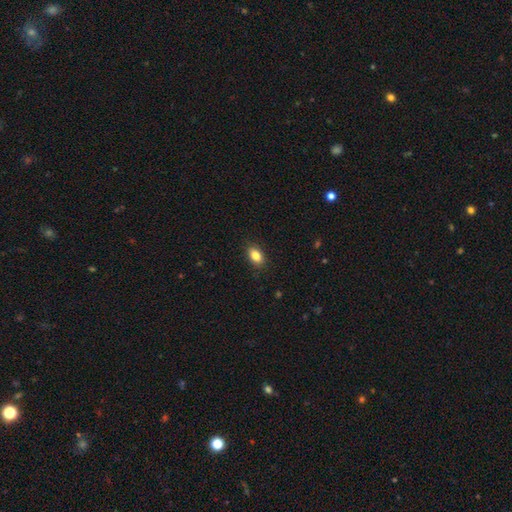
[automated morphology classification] smooth-or-featured: smooth: 84% | star or artifact: 9% | featured or disk: 7%
  how-rounded: in between: 87% | round: 11% | cigar-shaped: 2%
  merging: none: 88% | minor disturbance: 9% | major disturbance: 2% | merger: 1%